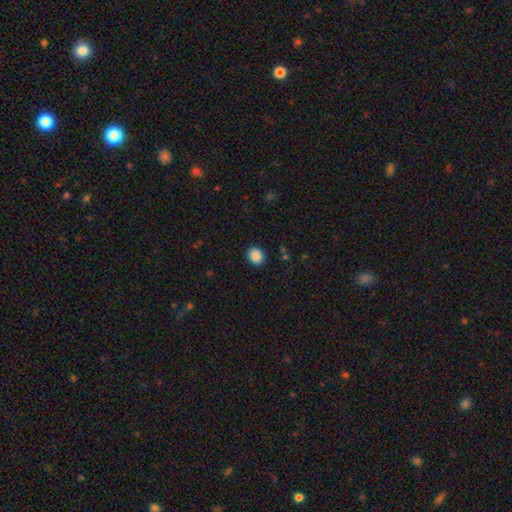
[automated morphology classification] smooth-or-featured: smooth: 88% | star or artifact: 9% | featured or disk: 3%
  how-rounded: round: 70% | in between: 30% | cigar-shaped: 1%
  merging: none: 91% | minor disturbance: 6% | major disturbance: 2% | merger: 1%